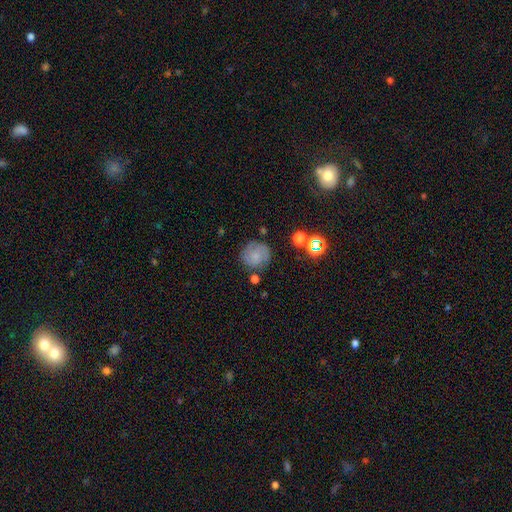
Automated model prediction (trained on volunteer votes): Overall: smooth (56%; featured or disk 33%). How rounded: round (87%). Merging: none (71%).